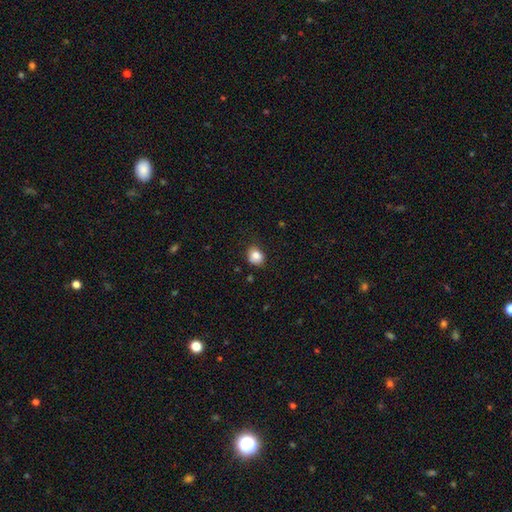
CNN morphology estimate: Smooth or featured?
  - smooth: 84% *
  - star or artifact: 10%
  - featured or disk: 6%
How rounded?
  - round: 61% *
  - in between: 38%
  - cigar-shaped: 1%
Merging?
  - none: 75% *
  - minor disturbance: 20%
  - major disturbance: 4%
  - merger: 2%